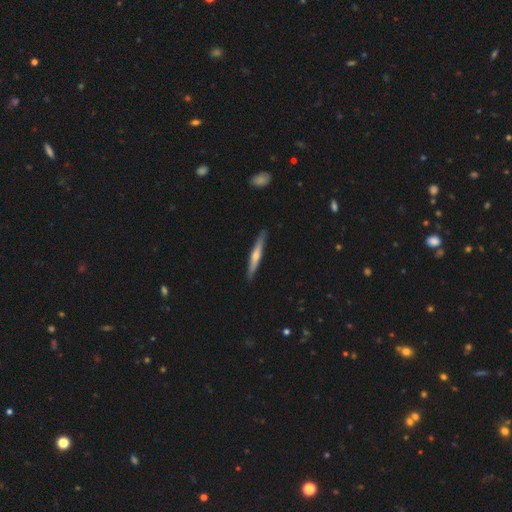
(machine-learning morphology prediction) featured or disk 62%, smooth 33%, star or artifact 5%. Down the decision tree: edge-on disk — yes (96%); edge-on bulge — rounded (79%); merging — none (90%).